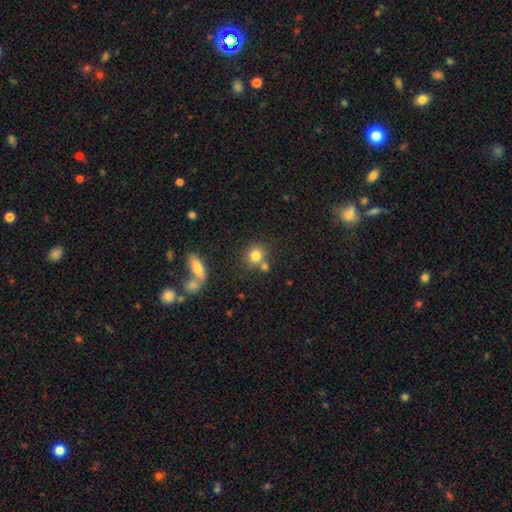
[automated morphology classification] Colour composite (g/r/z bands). It shows a smooth galaxy with no disk features (81%) that is round (81%). Merging: none (59%).